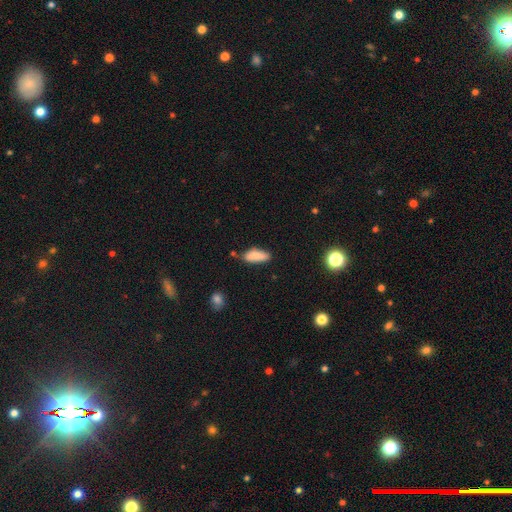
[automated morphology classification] Smooth or featured? Predicted: smooth (p=0.86). How rounded? Predicted: in between (p=0.70). Merging? Predicted: none (p=0.69).